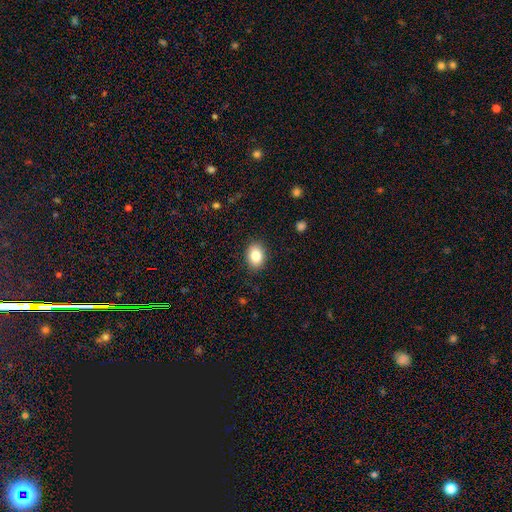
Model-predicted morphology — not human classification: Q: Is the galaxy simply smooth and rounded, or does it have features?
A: smooth — 84%.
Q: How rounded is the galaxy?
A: in between — 71%.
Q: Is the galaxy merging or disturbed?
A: none — 88%.